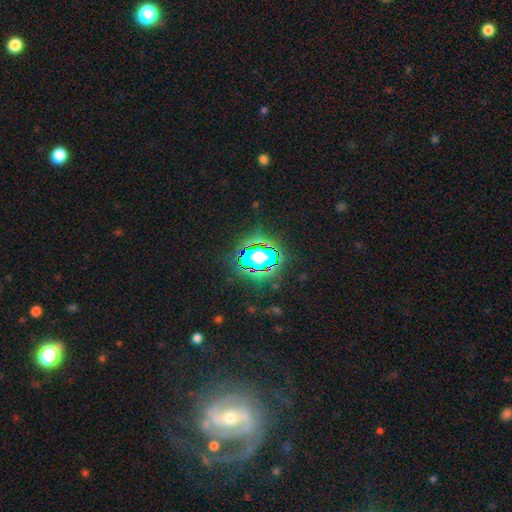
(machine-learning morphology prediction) Smooth or featured? Predicted: star or artifact (p=0.56).